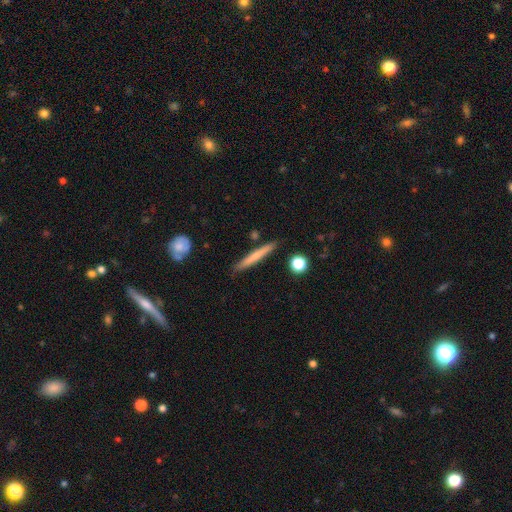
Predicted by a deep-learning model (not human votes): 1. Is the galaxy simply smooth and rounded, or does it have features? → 60% smooth, 34% featured or disk, 6% star or artifact.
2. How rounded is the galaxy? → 95% cigar-shaped, 3% in between, 2% round.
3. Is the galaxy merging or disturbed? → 86% none, 10% minor disturbance, 3% merger, 2% major disturbance.